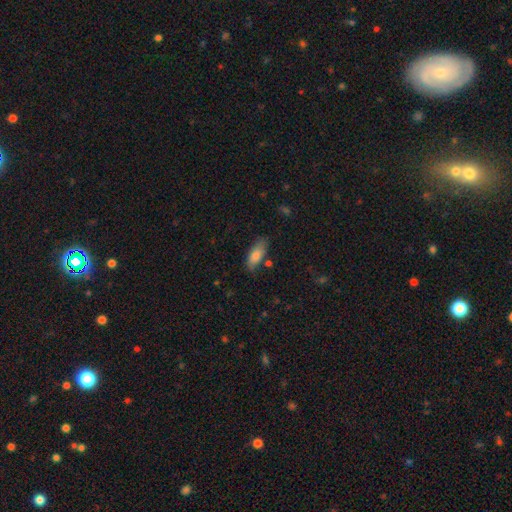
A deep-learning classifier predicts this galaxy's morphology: Smooth or featured?
  - smooth: 82% *
  - featured or disk: 12%
  - star or artifact: 7%
How rounded?
  - in between: 76% *
  - cigar-shaped: 22%
  - round: 2%
Merging?
  - none: 73% *
  - minor disturbance: 19%
  - merger: 4%
  - major disturbance: 4%